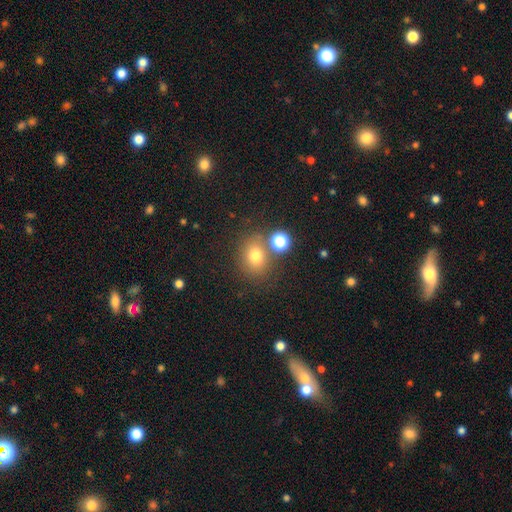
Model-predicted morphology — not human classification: Smooth or featured? Predicted: smooth (p=0.74). How rounded? Predicted: round (p=0.66). Merging? Predicted: none (p=0.69).